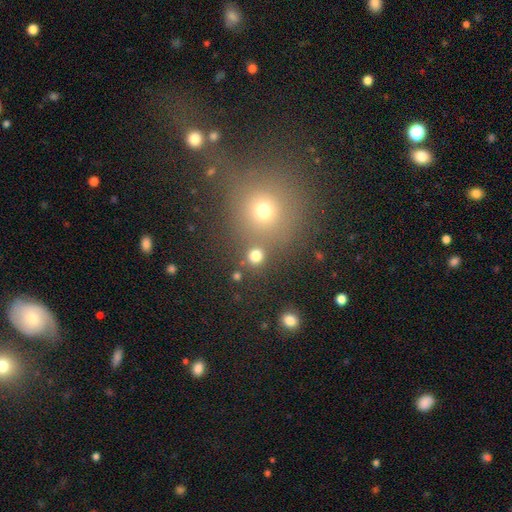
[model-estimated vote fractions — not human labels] Smooth or featured? smooth (77%)
How rounded? round (90%)
Merging? none (76%)